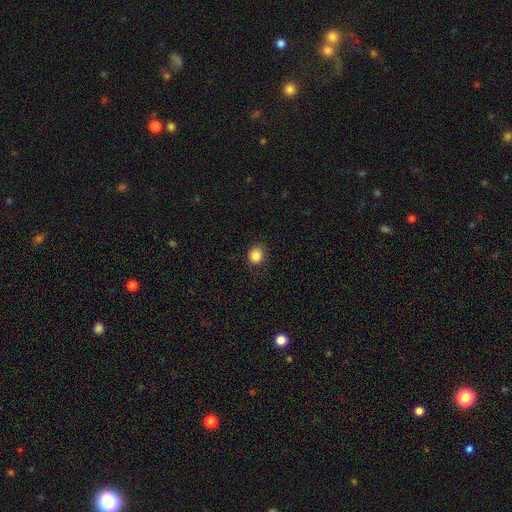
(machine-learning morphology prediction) type=smooth (85%); roundness=round (84%); merging=none (87%).